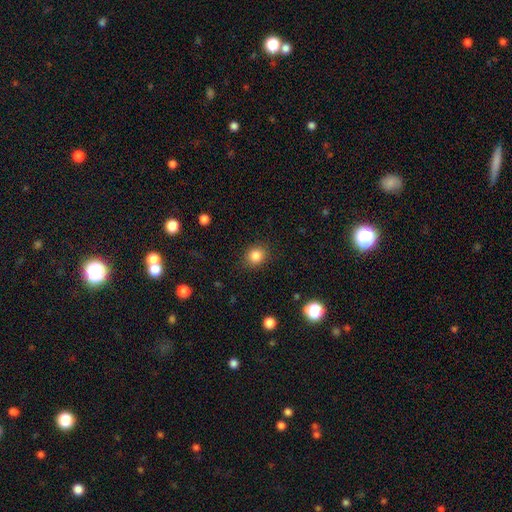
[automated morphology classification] Smooth or featured: smooth — 84% (star or artifact — 11%)
How rounded: round — 76% (in between — 23%)
Merging: none — 88% (minor disturbance — 8%)